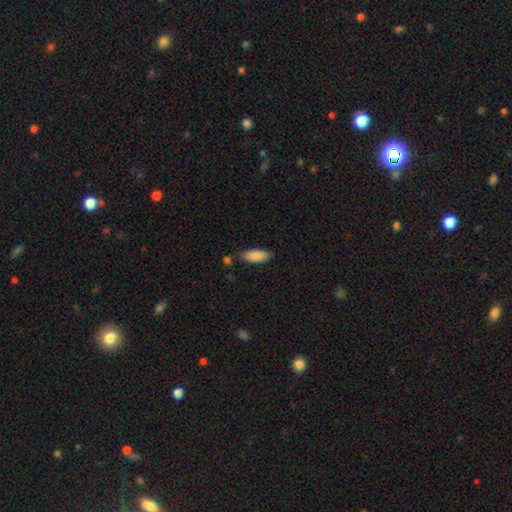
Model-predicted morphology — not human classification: smooth_or_featured: smooth (p=0.88) [alt: featured or disk p=0.06]
how_rounded: in between (p=0.79) [alt: cigar-shaped p=0.19]
merging: none (p=0.79) [alt: minor disturbance p=0.14]